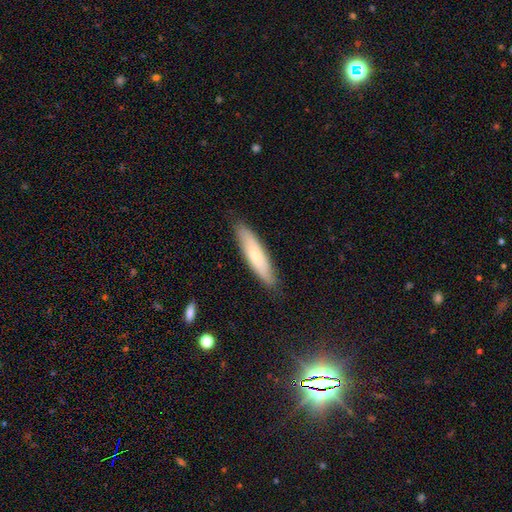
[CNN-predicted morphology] Smooth or featured: smooth — 64% (featured or disk — 30%)
How rounded: cigar-shaped — 76% (in between — 23%)
Merging: none — 85% (minor disturbance — 12%)